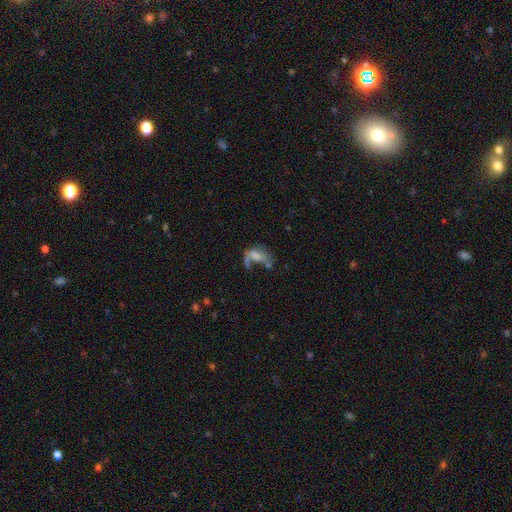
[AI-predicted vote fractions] Smooth or featured: featured or disk — 48% (smooth — 39%)
Merging: major disturbance — 45% (none — 21%)